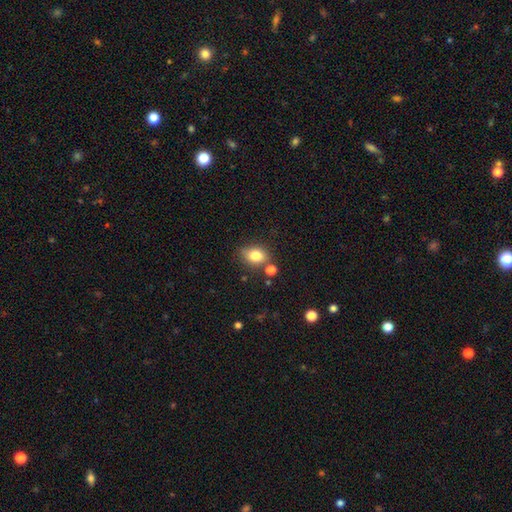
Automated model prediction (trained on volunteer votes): Smooth or featured? Predicted: smooth (p=0.81). How rounded? Predicted: in between (p=0.60). Merging? Predicted: none (p=0.70).